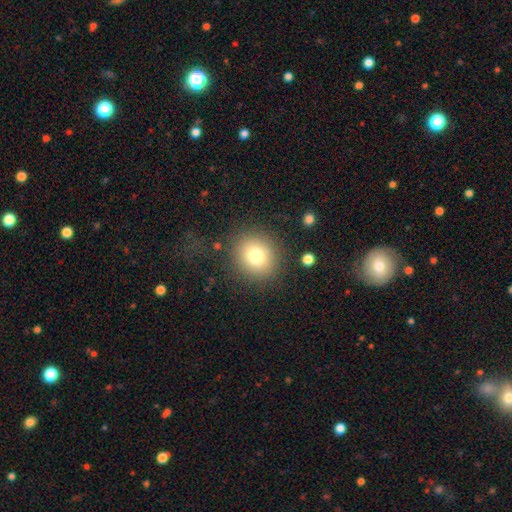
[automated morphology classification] Q: Smooth or featured?
A: smooth (78%); runner-up: star or artifact (12%)
Q: How rounded?
A: round (81%); runner-up: in between (18%)
Q: Merging?
A: none (84%); runner-up: minor disturbance (9%)